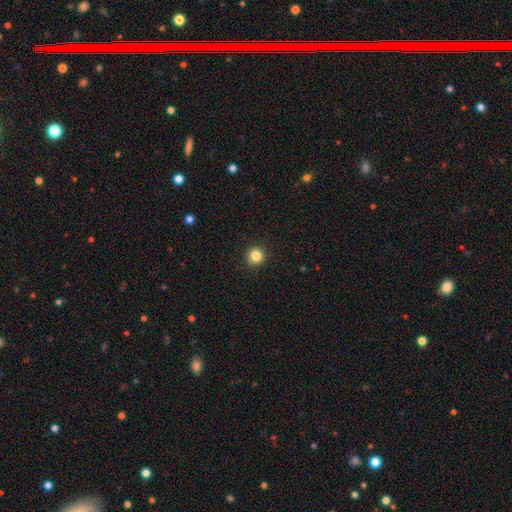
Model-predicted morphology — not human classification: A smooth galaxy with no disk features (84%) that is round (93%).

Vote fractions:
- Smooth or featured? smooth: 84% / star or artifact: 11% / featured or disk: 5%
- How rounded? round: 93% / in between: 6% / cigar-shaped: 1%
- Merging? none: 92% / minor disturbance: 5% / major disturbance: 2% / merger: 1%